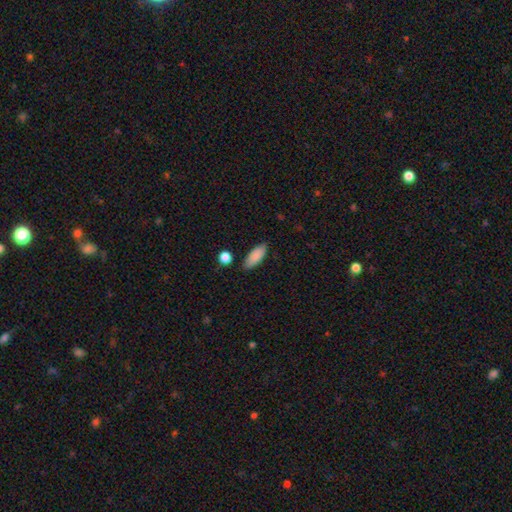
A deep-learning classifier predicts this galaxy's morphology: A smooth galaxy with no disk features (87%) that is in between round and cigar-shaped (75%). Merging: none (83%).